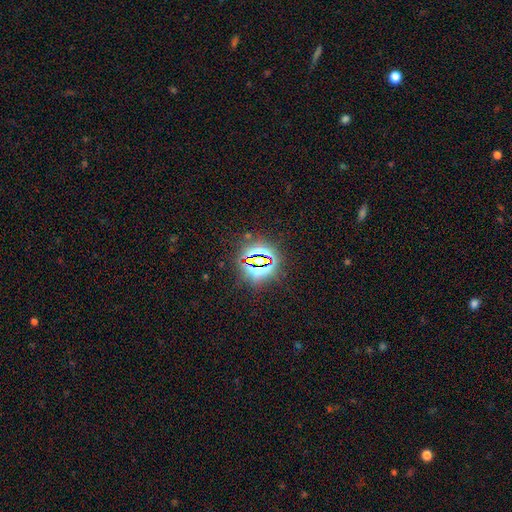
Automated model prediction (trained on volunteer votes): Smooth or featured? Predicted: star or artifact (p=0.79).